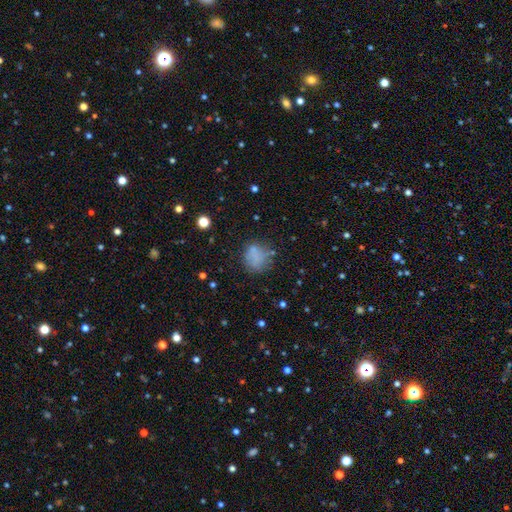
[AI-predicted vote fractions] Smooth or featured?
  - smooth: 69% *
  - featured or disk: 16%
  - star or artifact: 14%
How rounded?
  - round: 76% *
  - in between: 23%
  - cigar-shaped: 1%
Merging?
  - none: 61% *
  - minor disturbance: 20%
  - major disturbance: 13%
  - merger: 6%